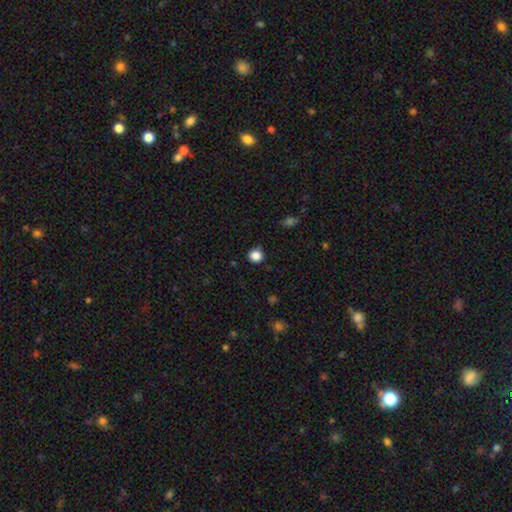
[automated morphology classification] Q: Smooth or featured?
A: smooth (86%); runner-up: star or artifact (11%)
Q: How rounded?
A: round (89%); runner-up: in between (10%)
Q: Merging?
A: none (85%); runner-up: minor disturbance (11%)